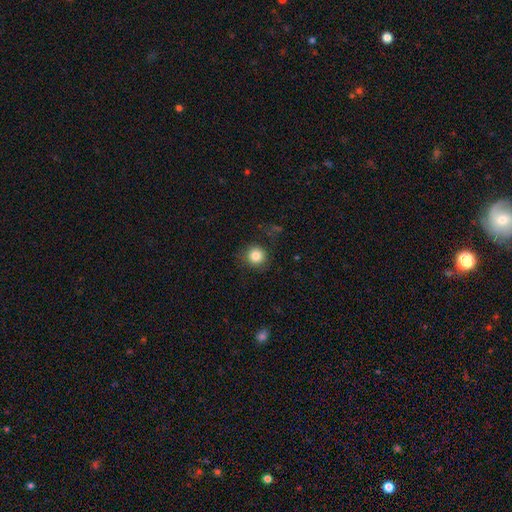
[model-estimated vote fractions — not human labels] smooth 84%, star or artifact 11%, featured or disk 5%. Down the decision tree: how rounded — round (93%); merging — none (83%).